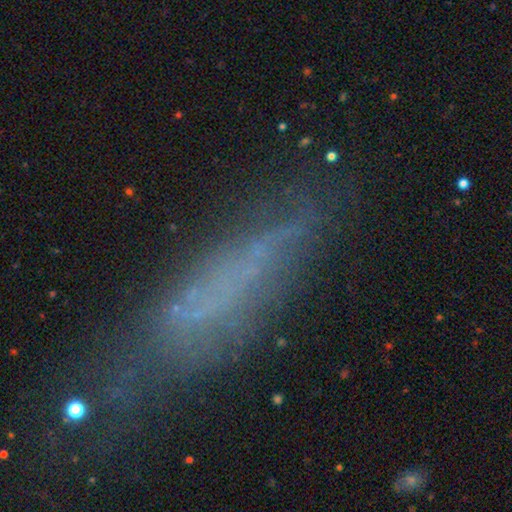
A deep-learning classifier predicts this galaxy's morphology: type=featured or disk (40%); merging=none (59%).